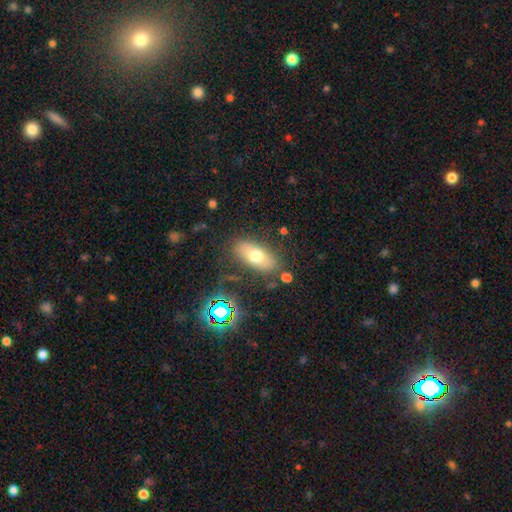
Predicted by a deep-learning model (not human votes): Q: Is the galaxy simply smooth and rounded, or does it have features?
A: smooth — 66%.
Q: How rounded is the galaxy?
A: in between — 84%.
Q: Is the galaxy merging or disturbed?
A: none — 78%.